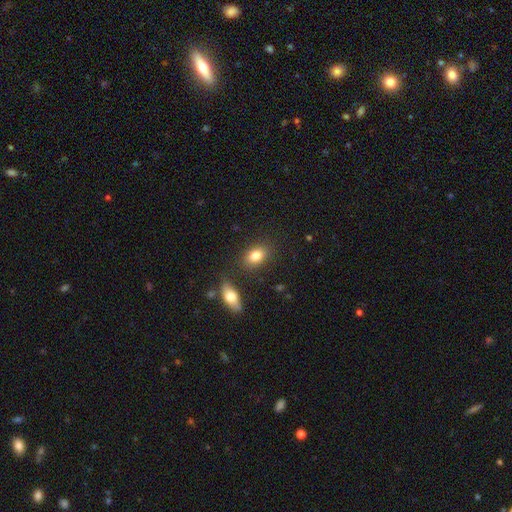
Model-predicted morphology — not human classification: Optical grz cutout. It shows a smooth galaxy with no disk features (82%) that is in between round and cigar-shaped (80%). Merging: none (79%).